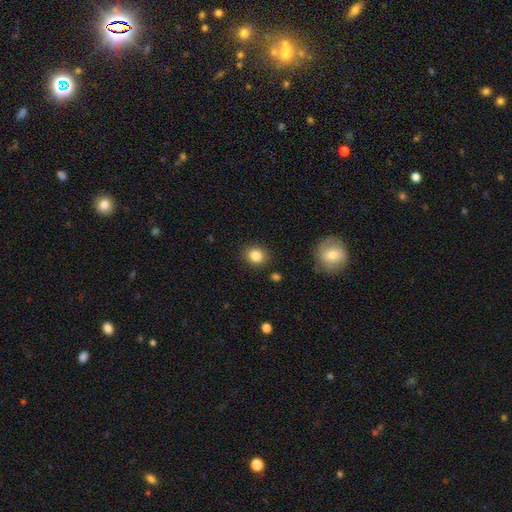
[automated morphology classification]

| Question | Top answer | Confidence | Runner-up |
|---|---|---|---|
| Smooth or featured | smooth | 84% | star or artifact (10%) |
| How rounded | round | 74% | in between (25%) |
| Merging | none | 88% | minor disturbance (8%) |